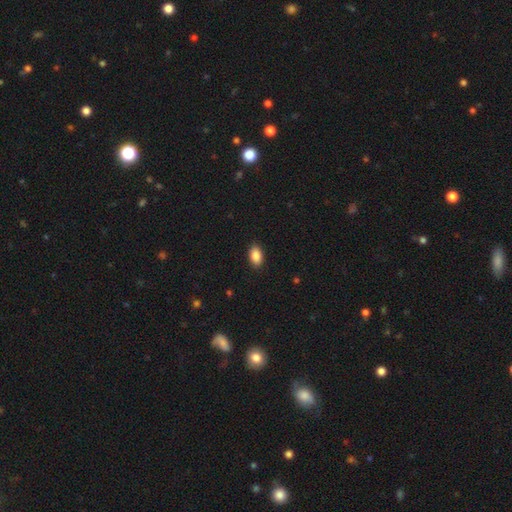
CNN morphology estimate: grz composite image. It shows a smooth galaxy with no disk features (89%) that is in between round and cigar-shaped (93%). Merging: none (89%).